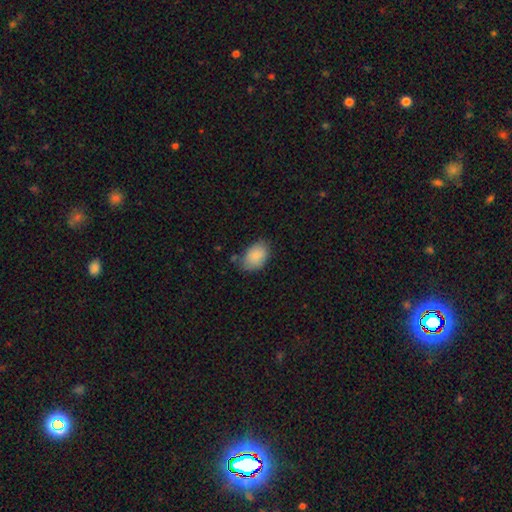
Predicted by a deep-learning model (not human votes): Smooth or featured: smooth — 86% (star or artifact — 7%)
How rounded: in between — 85% (round — 14%)
Merging: none — 72% (minor disturbance — 21%)